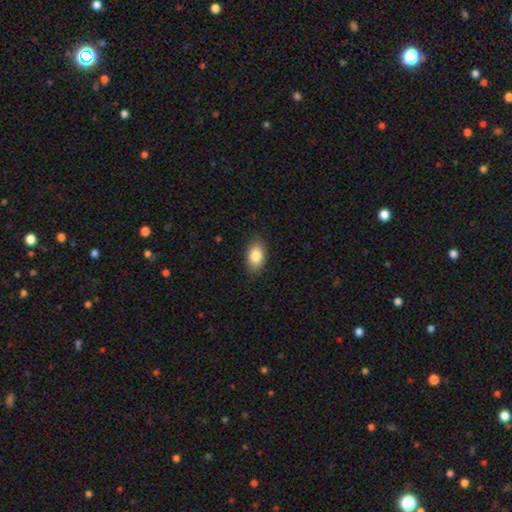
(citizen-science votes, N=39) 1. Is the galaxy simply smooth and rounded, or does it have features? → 82% smooth, 10% featured or disk, 8% star or artifact.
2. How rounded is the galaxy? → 94% in between, 6% round, 0% cigar-shaped.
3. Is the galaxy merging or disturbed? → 83% none, 14% minor disturbance, 3% major disturbance, 0% merger.